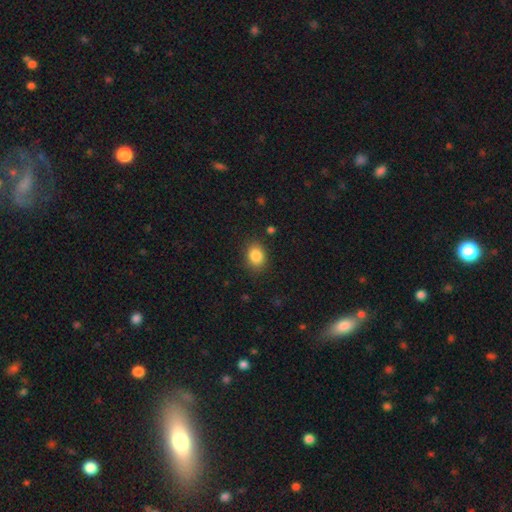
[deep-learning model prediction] Smooth or featured: smooth — 86% (star or artifact — 9%)
How rounded: in between — 56% (round — 43%)
Merging: none — 85% (minor disturbance — 11%)